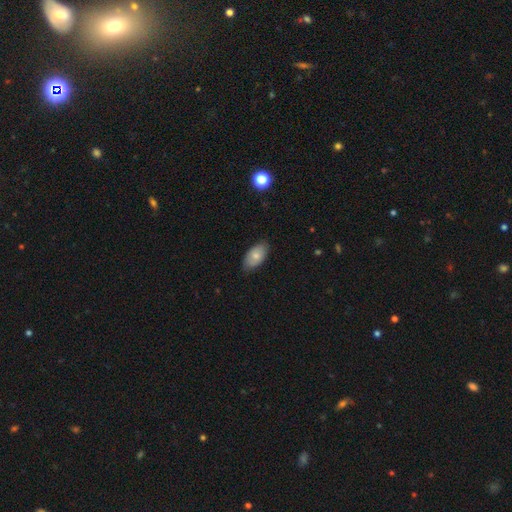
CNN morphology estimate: Smooth or featured? smooth (74%)
How rounded? in between (94%)
Merging? none (81%)